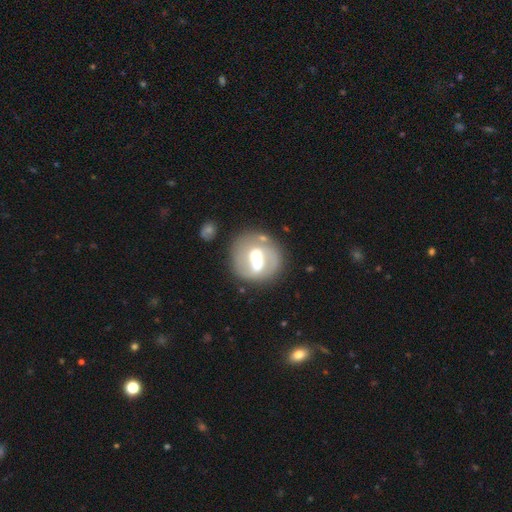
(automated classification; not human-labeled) Smooth or featured: featured or disk — 51% (smooth — 41%)
Edge-on disk: no — 96% (yes — 4%)
Merging: none — 50% (merger — 29%)